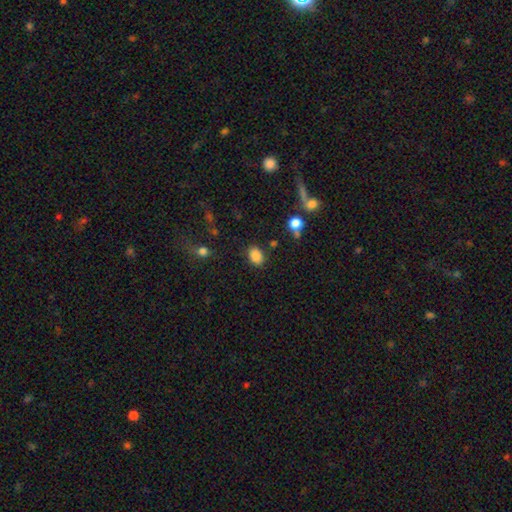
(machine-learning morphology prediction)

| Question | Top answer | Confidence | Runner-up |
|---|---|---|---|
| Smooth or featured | smooth | 86% | star or artifact (10%) |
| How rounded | in between | 74% | round (25%) |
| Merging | none | 82% | minor disturbance (11%) |